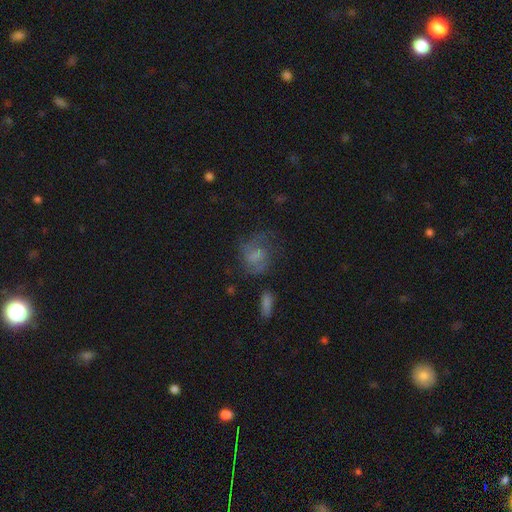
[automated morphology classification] A smooth galaxy with no disk features (49%).

Vote fractions:
- Smooth or featured? smooth: 49% / featured or disk: 38% / star or artifact: 13%
- Merging? none: 43% / major disturbance: 29% / minor disturbance: 22% / merger: 5%